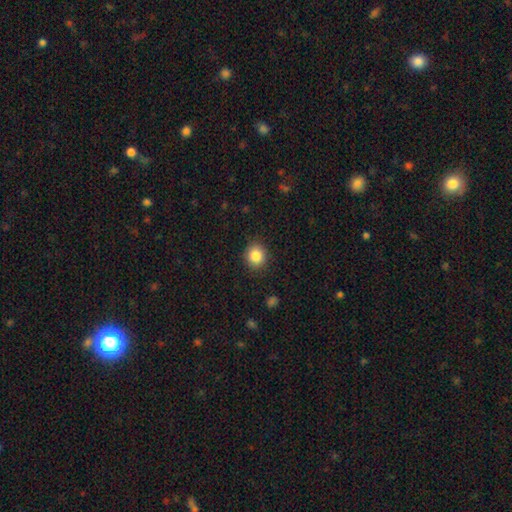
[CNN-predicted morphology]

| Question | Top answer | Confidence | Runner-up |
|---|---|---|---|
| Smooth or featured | smooth | 86% | star or artifact (9%) |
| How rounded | round | 82% | in between (18%) |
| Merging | none | 89% | minor disturbance (8%) |